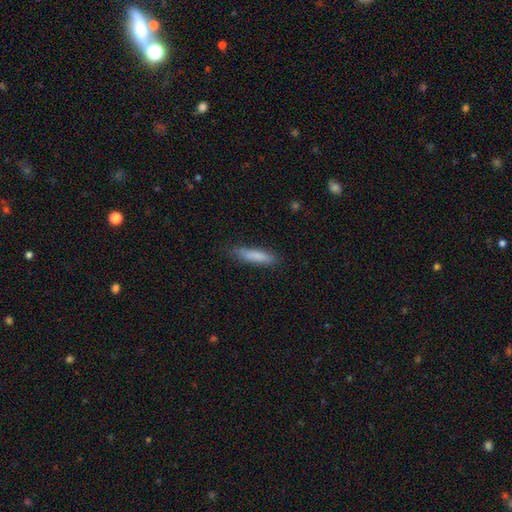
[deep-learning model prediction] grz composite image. It shows a smooth galaxy with no disk features (82%) that is cigar-shaped (82%). Merging: none (79%).